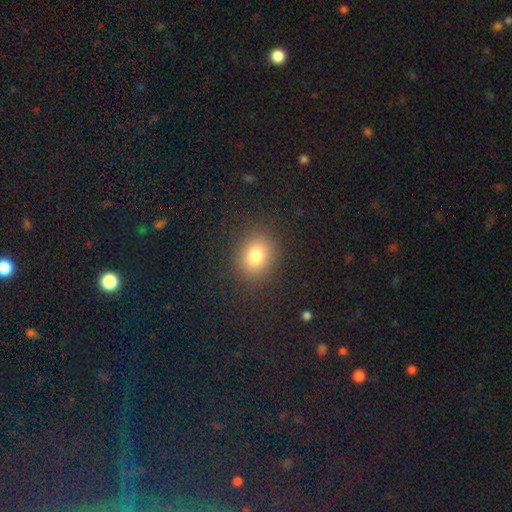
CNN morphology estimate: Smooth or featured?
  - smooth: 79% *
  - star or artifact: 13%
  - featured or disk: 8%
How rounded?
  - round: 55% *
  - in between: 44%
  - cigar-shaped: 1%
Merging?
  - none: 87% *
  - minor disturbance: 8%
  - major disturbance: 4%
  - merger: 1%